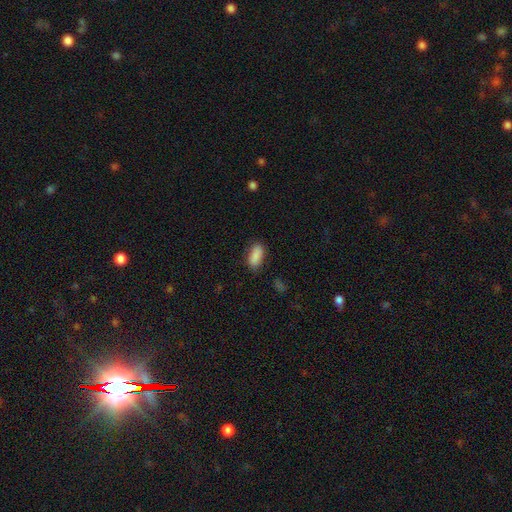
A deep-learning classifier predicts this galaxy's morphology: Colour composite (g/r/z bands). It shows a smooth galaxy with no disk features (89%) that is in between round and cigar-shaped (88%). Merging: none (83%).